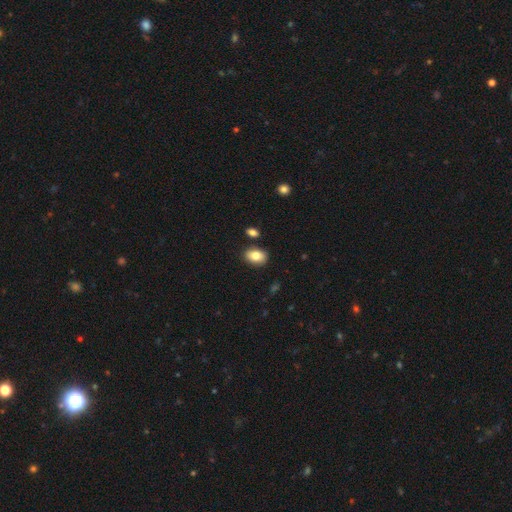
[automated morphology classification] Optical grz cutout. It shows a smooth galaxy with no disk features (83%) that is in between round and cigar-shaped (77%). Merging: none (84%).